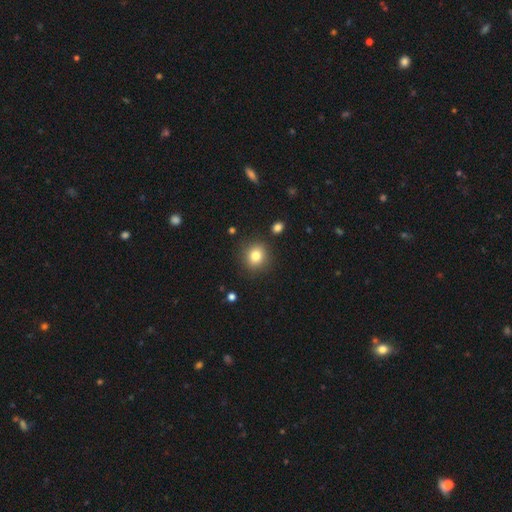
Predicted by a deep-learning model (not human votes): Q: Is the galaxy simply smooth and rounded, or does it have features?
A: smooth — 81%.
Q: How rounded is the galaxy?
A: round — 85%.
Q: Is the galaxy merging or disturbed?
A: none — 88%.